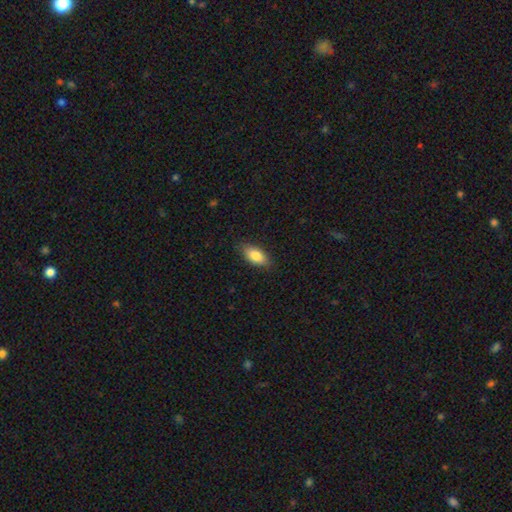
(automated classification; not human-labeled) A smooth galaxy with no disk features (82%) that is in between round and cigar-shaped (88%).

Vote fractions:
- Smooth or featured? smooth: 82% / featured or disk: 11% / star or artifact: 7%
- How rounded? in between: 88% / cigar-shaped: 8% / round: 3%
- Merging? none: 84% / minor disturbance: 13% / major disturbance: 2% / merger: 1%